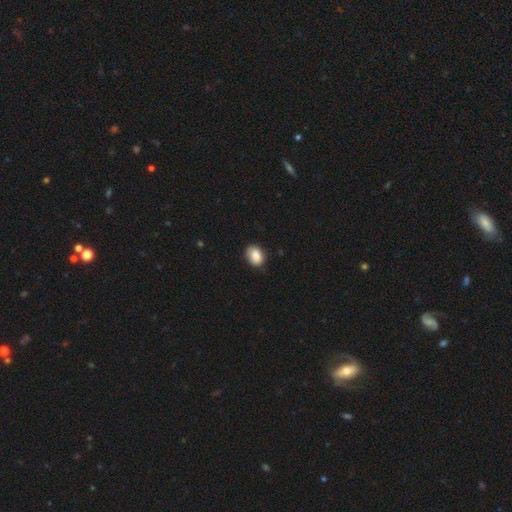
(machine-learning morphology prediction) A smooth galaxy with no disk features (85%) that is in between round and cigar-shaped (70%). Merging: none (81%).